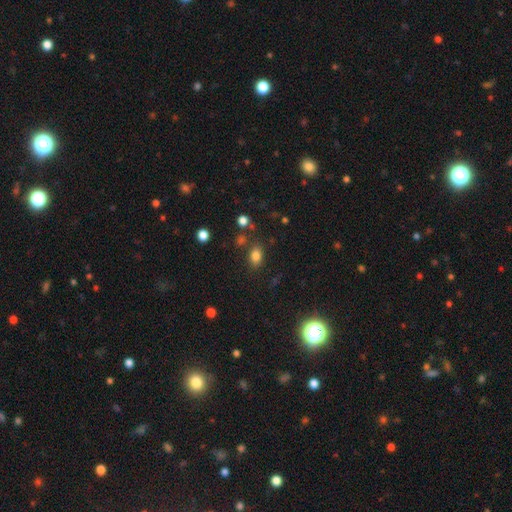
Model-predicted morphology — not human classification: Overall: smooth (81%). How rounded: in between (80%). Merging: none (76%).